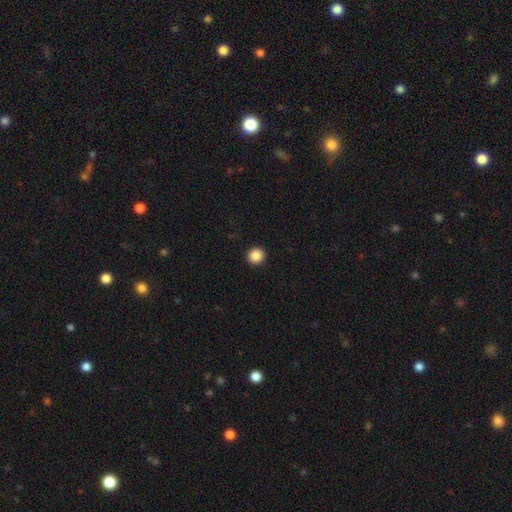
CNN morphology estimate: Smooth or featured? Predicted: smooth (p=0.87). How rounded? Predicted: round (p=0.95). Merging? Predicted: none (p=0.94).